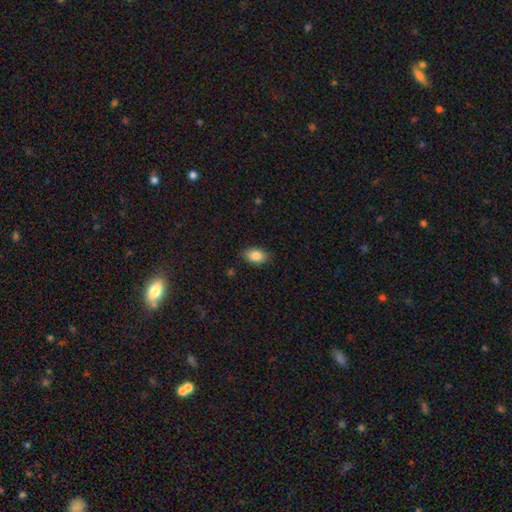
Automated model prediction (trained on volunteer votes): smooth 84%, star or artifact 8%, featured or disk 8%. Down the decision tree: how rounded — in between (88%); merging — none (86%).